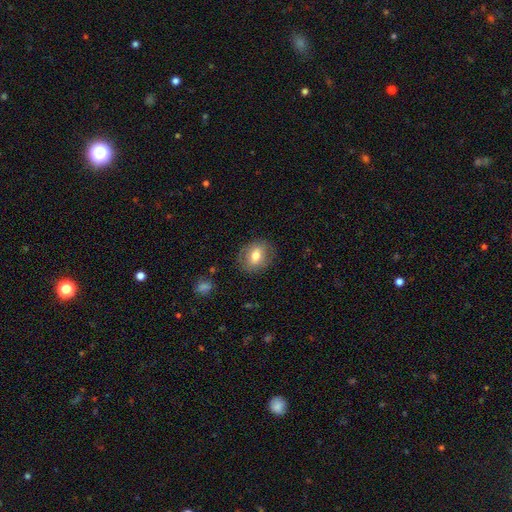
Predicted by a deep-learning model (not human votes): smooth 66%, featured or disk 26%, star or artifact 8%. Down the decision tree: how rounded — in between (51%); merging — none (80%).